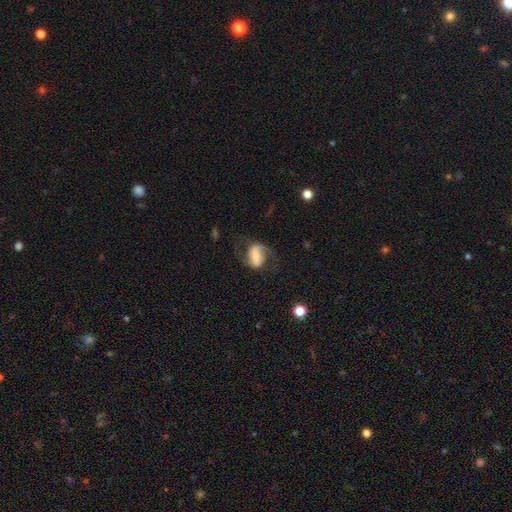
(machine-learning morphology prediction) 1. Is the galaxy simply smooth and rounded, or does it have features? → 69% featured or disk, 24% smooth, 7% star or artifact.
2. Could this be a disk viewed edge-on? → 97% no, 3% yes.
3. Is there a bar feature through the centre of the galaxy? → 36% weak, 35% strong, 29% no.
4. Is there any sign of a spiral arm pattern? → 90% yes, 10% no.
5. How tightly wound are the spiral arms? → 45% medium, 42% loose, 13% tight.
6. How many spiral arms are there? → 87% 2, 5% 1, 5% can't tell, 1% 3, 1% 4, 1% more than 4.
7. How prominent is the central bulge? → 42% small, 40% moderate, 9% large, 6% none, 3% dominant.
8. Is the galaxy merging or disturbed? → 63% none, 18% minor disturbance, 17% major disturbance, 2% merger.